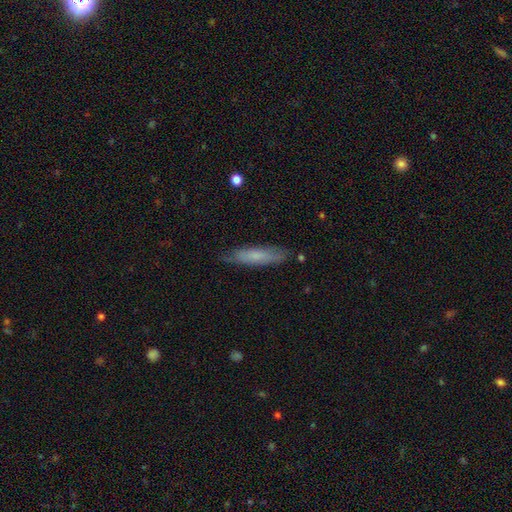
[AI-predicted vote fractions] This appears to be a smooth galaxy with no disk features (65%) that is cigar-shaped (83%). Merging: none (80%).